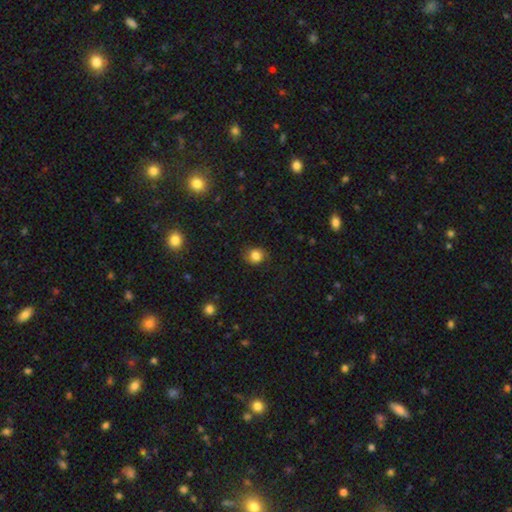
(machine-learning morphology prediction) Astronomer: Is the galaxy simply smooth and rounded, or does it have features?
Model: smooth — 77%.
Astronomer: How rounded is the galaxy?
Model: round — 76%.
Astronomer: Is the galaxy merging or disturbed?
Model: none — 76%.